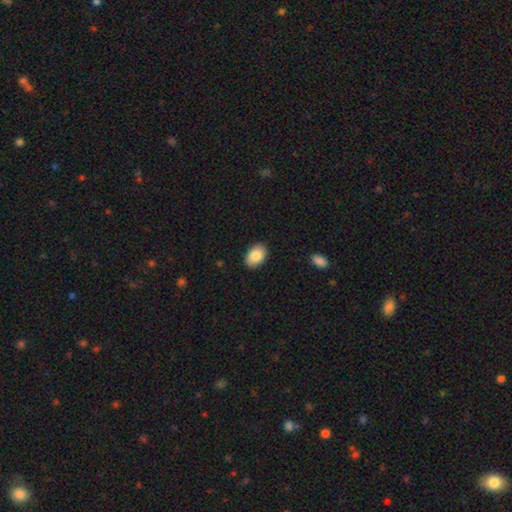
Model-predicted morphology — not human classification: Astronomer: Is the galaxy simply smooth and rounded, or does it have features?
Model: smooth — 86%.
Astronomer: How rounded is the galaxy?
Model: in between — 88%.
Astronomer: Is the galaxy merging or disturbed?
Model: none — 88%.